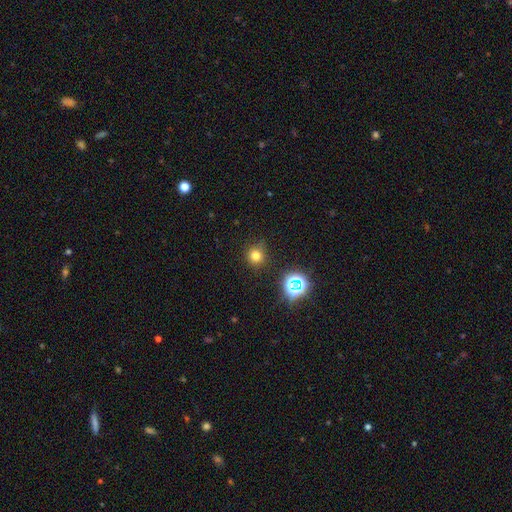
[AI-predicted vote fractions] This is likely a smooth galaxy (72%). How rounded: clearly round (92%). Merging: clearly none (83%).